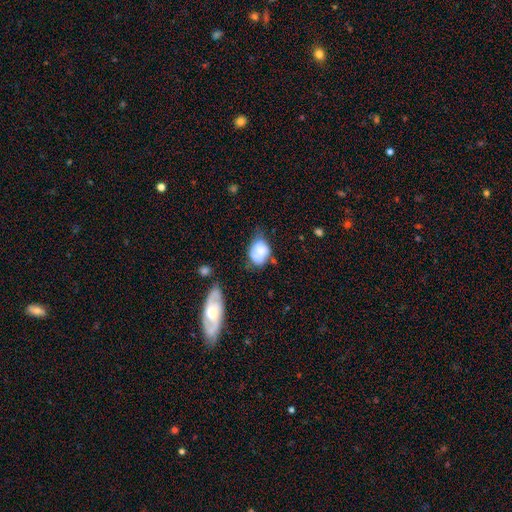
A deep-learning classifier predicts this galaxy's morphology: Smooth or featured: smooth — 60% (featured or disk — 31%)
How rounded: in between — 74% (round — 25%)
Merging: none — 31% (merger — 27%)